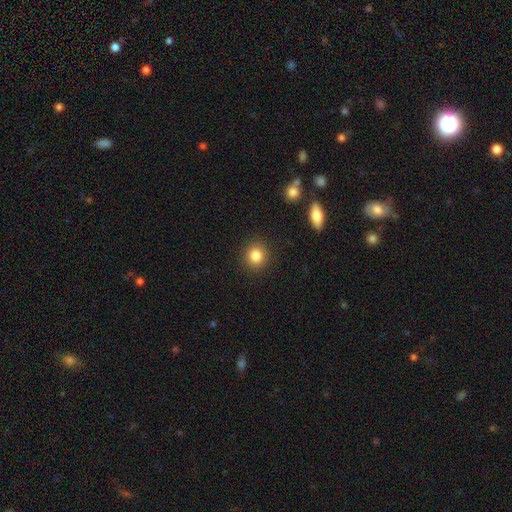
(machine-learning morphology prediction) Smooth or featured?
  - smooth: 84% *
  - star or artifact: 11%
  - featured or disk: 5%
How rounded?
  - round: 88% *
  - in between: 11%
  - cigar-shaped: 1%
Merging?
  - none: 90% *
  - minor disturbance: 6%
  - major disturbance: 2%
  - merger: 1%